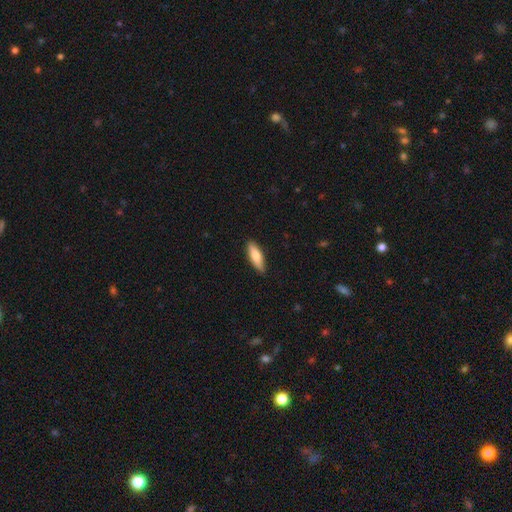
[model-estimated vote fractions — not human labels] Overall: smooth (77%). How rounded: cigar-shaped (50%; in between 48%). Merging: none (88%).